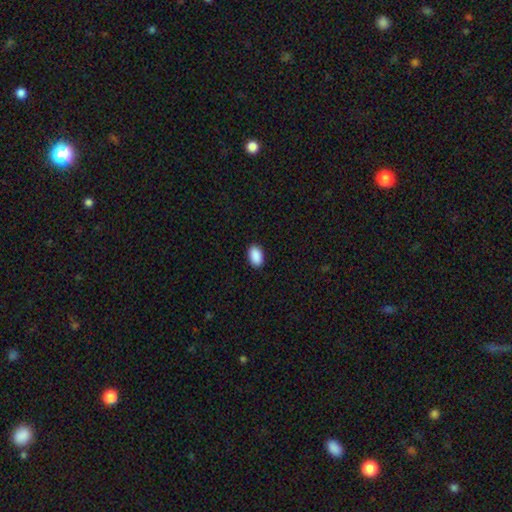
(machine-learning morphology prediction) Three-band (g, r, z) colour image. It shows a smooth galaxy with no disk features (91%) that is in between round and cigar-shaped (92%). Merging: none (90%).